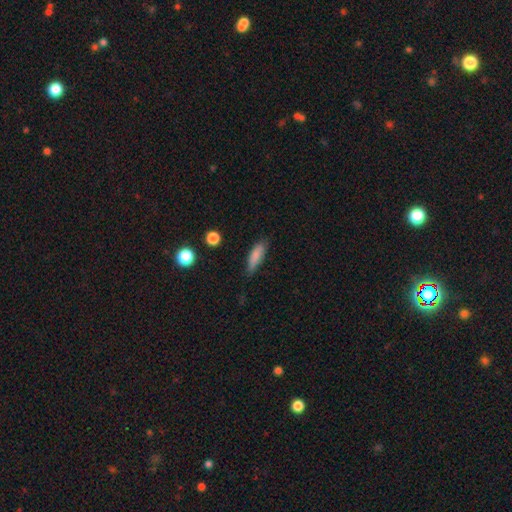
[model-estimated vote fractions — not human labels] Morphology: type=smooth (82%); roundness=cigar-shaped (49%); merging=none (74%).